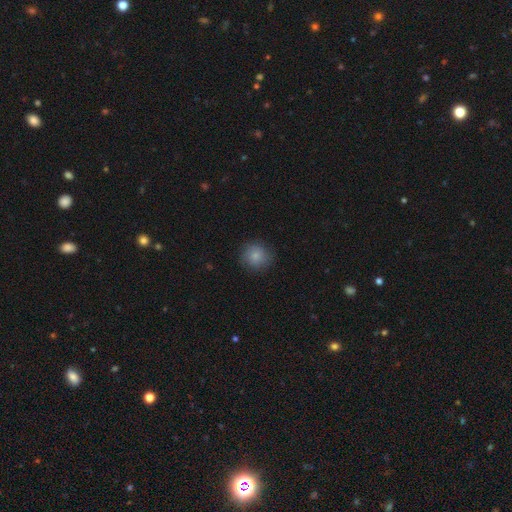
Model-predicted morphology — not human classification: This appears to be a smooth galaxy with no disk features (83%) that is round (91%). Merging: none (84%).